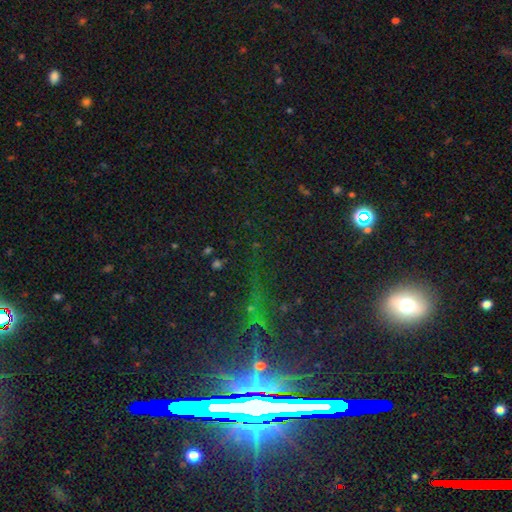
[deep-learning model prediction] Q: Smooth or featured?
A: star or artifact (69%); runner-up: featured or disk (18%)